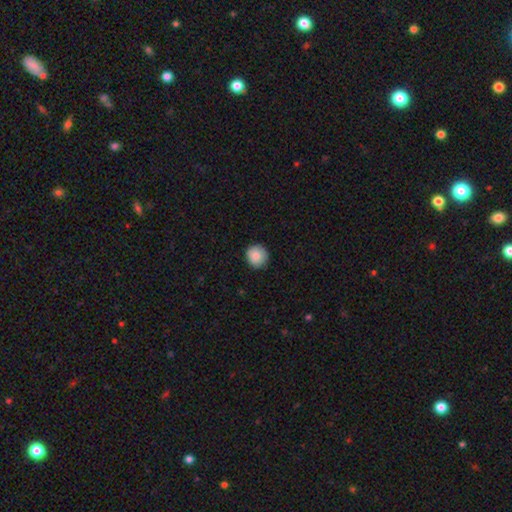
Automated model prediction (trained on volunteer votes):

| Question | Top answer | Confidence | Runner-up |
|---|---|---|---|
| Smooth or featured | smooth | 86% | star or artifact (8%) |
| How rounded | round | 91% | in between (8%) |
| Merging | none | 87% | minor disturbance (10%) |